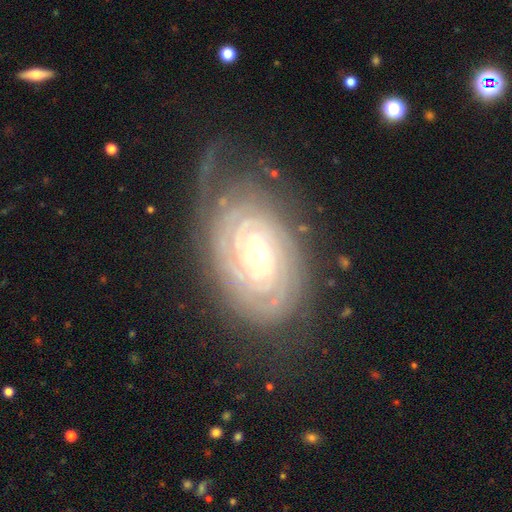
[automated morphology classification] This appears to be a featured or disk galaxy (89%) with no bar (70%), tight (87%) spiral arms (97%) and a moderate central bulge (61%). Merging: none (68%).